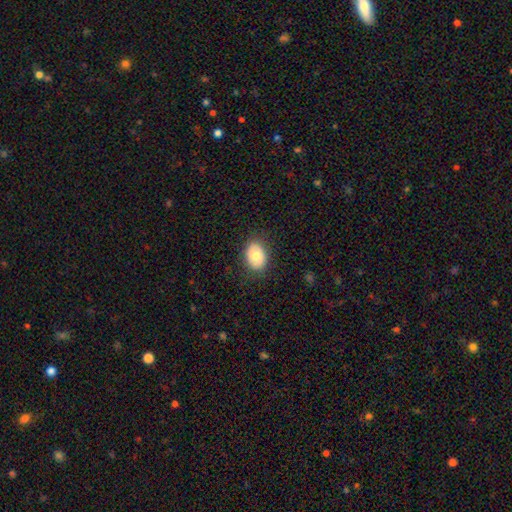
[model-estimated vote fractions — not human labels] This appears to be a smooth galaxy with no disk features (73%) that is in between round and cigar-shaped (72%). Merging: none (84%).